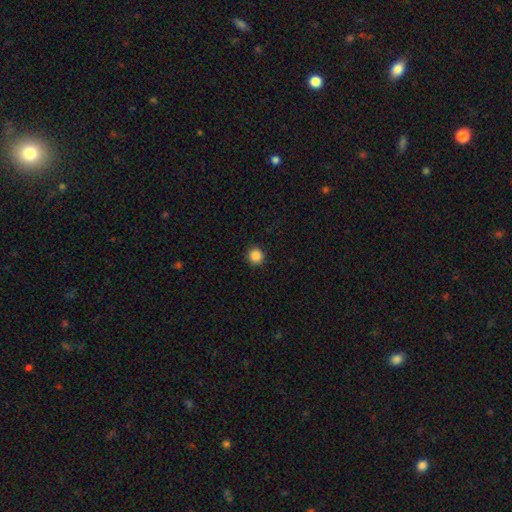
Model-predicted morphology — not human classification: Overall: smooth (87%). How rounded: round (94%). Merging: none (92%).